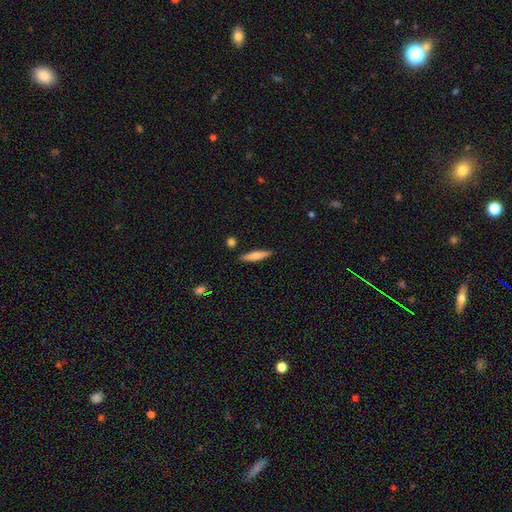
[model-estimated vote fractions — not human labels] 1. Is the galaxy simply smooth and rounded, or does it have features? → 63% smooth, 31% featured or disk, 6% star or artifact.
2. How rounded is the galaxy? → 83% cigar-shaped, 15% in between, 2% round.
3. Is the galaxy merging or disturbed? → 88% none, 8% minor disturbance, 2% merger, 2% major disturbance.